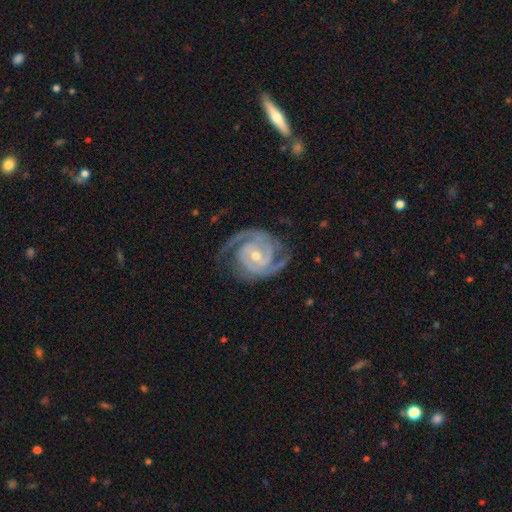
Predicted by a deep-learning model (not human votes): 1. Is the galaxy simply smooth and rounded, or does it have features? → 93% featured or disk, 4% star or artifact, 3% smooth.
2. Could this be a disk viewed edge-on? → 98% no, 2% yes.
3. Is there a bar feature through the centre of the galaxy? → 53% no, 32% weak, 15% strong.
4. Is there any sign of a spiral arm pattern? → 98% yes, 2% no.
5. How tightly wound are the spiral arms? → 66% tight, 29% medium, 4% loose.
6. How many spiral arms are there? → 67% 2, 19% 3, 5% can't tell, 3% 4, 3% 1, 3% more than 4.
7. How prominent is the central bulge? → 52% moderate, 45% small, 1% large, 1% none, 1% dominant.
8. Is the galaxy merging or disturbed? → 77% none, 16% minor disturbance, 6% major disturbance, 1% merger.